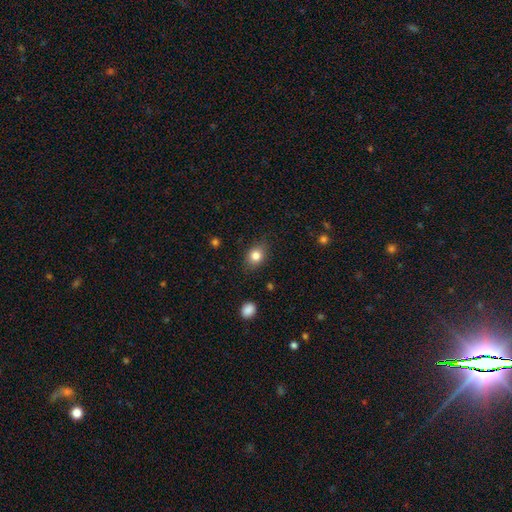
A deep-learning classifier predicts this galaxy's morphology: A smooth galaxy with no disk features (82%) that is in between round and cigar-shaped (55%). Merging: none (82%).